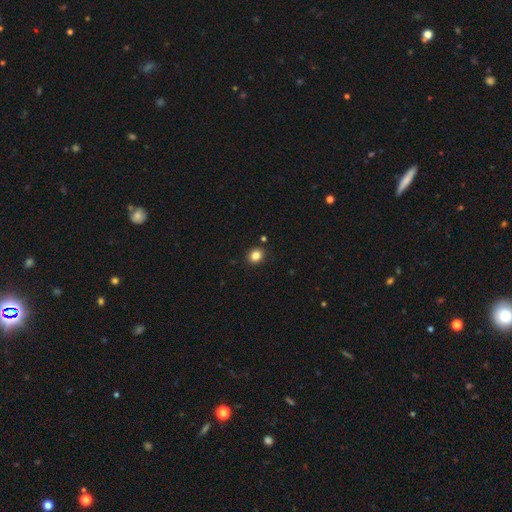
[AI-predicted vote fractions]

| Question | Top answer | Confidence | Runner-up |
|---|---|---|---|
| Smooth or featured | smooth | 84% | star or artifact (11%) |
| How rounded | round | 71% | in between (28%) |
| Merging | none | 89% | minor disturbance (7%) |